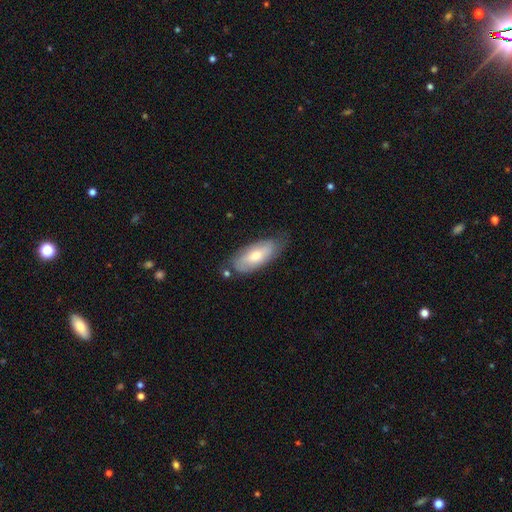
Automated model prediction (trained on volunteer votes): smooth_or_featured: smooth (p=0.59) [alt: featured or disk p=0.35]
how_rounded: in between (p=0.83) [alt: cigar-shaped p=0.15]
merging: none (p=0.68) [alt: minor disturbance p=0.23]